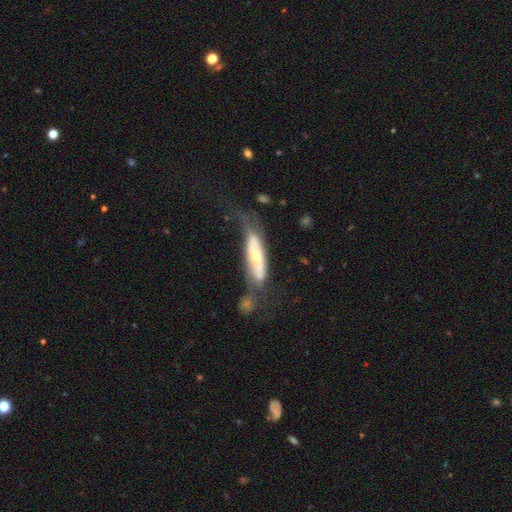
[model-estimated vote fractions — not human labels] A featured or disk galaxy (60%). Merging: none (31%).